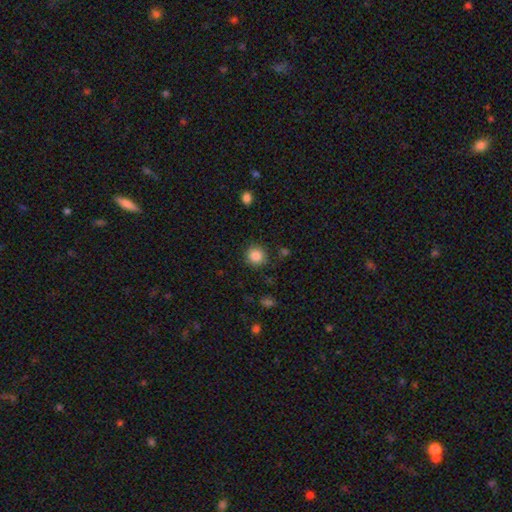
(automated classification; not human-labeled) Smooth or featured?
  - smooth: 87% *
  - star or artifact: 10%
  - featured or disk: 4%
How rounded?
  - round: 91% *
  - in between: 8%
  - cigar-shaped: 1%
Merging?
  - none: 87% *
  - minor disturbance: 8%
  - major disturbance: 3%
  - merger: 2%